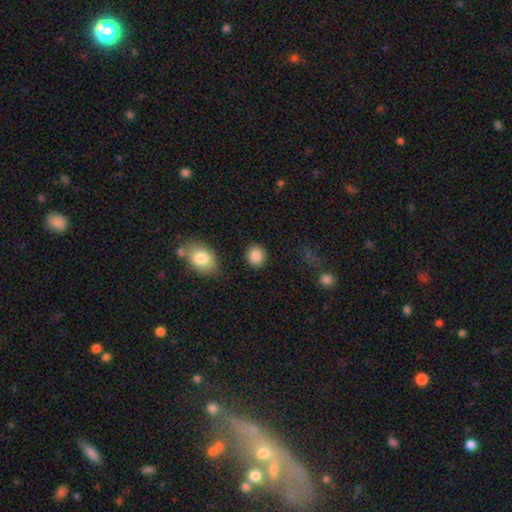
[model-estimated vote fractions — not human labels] A smooth galaxy with no disk features (88%) that is round (74%). Merging: none (87%).